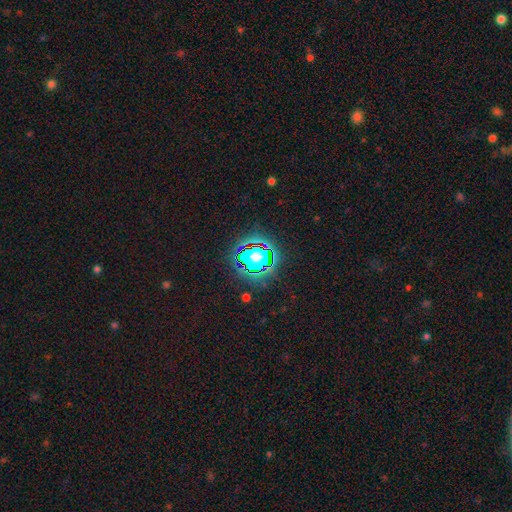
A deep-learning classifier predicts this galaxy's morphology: star or artifact 81%, smooth 12%, featured or disk 7%.